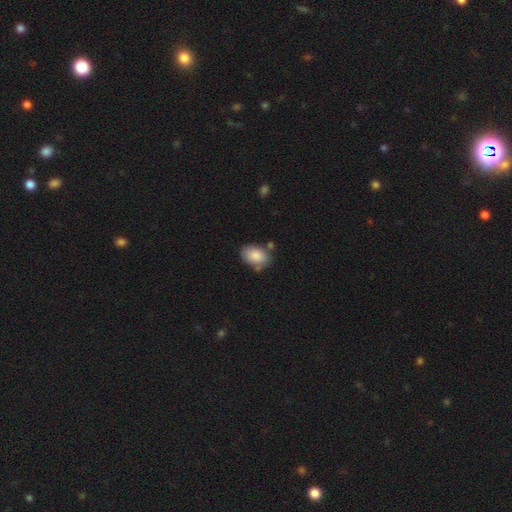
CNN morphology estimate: Smooth or featured: smooth — 85% (featured or disk — 8%)
How rounded: in between — 85% (round — 14%)
Merging: none — 68% (minor disturbance — 20%)